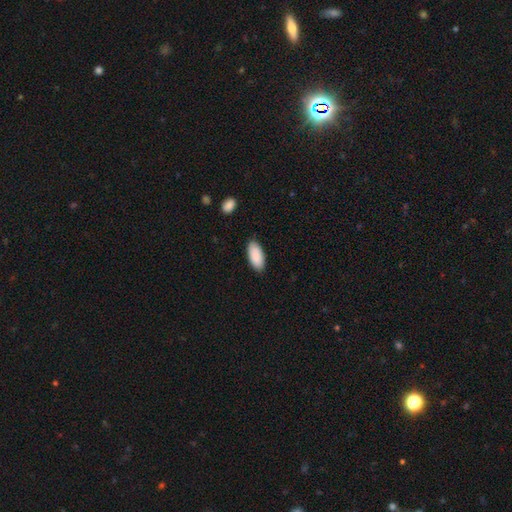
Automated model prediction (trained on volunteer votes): Smooth or featured? Predicted: smooth (p=0.90). How rounded? Predicted: in between (p=0.90). Merging? Predicted: none (p=0.86).